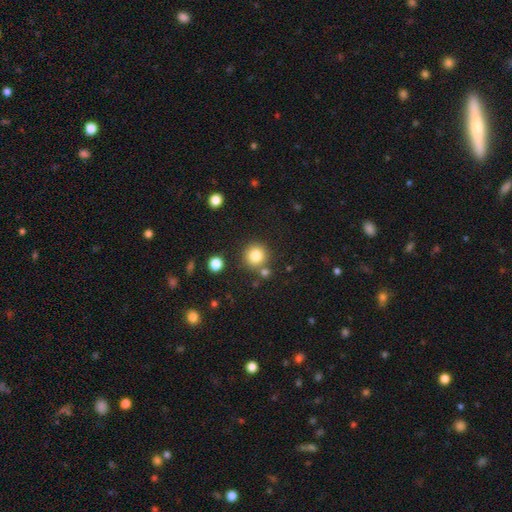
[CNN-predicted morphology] This appears to be a smooth galaxy with no disk features (82%) that is round (93%). Merging: none (80%).